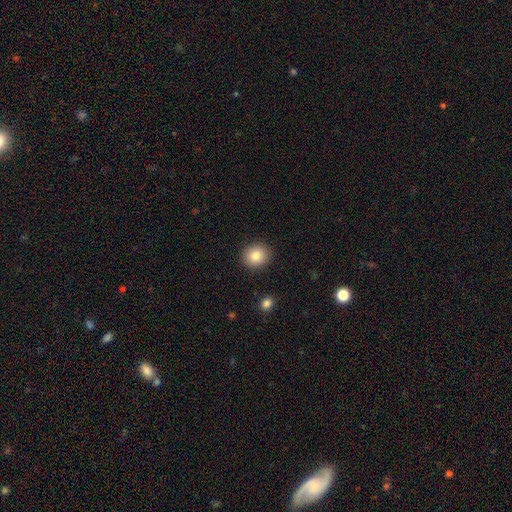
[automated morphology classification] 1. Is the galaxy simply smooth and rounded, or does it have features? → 84% smooth, 9% star or artifact, 7% featured or disk.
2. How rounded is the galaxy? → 81% round, 18% in between, 1% cigar-shaped.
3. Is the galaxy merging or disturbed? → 90% none, 6% minor disturbance, 2% major disturbance, 1% merger.